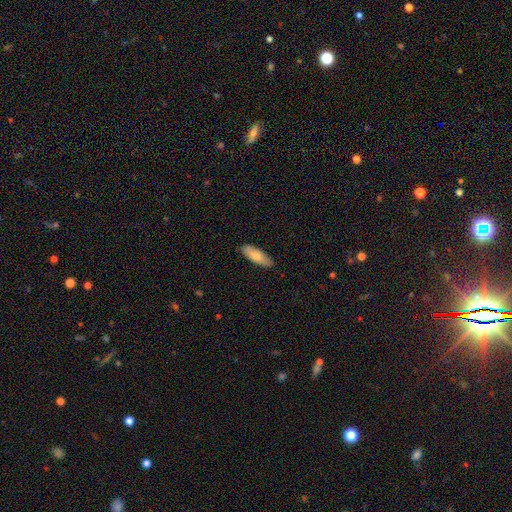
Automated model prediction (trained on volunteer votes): A smooth galaxy with no disk features (71%) that is in between round and cigar-shaped (61%).

Vote fractions:
- Smooth or featured? smooth: 71% / featured or disk: 23% / star or artifact: 6%
- How rounded? in between: 61% / cigar-shaped: 37% / round: 2%
- Merging? none: 85% / minor disturbance: 12% / major disturbance: 2% / merger: 1%